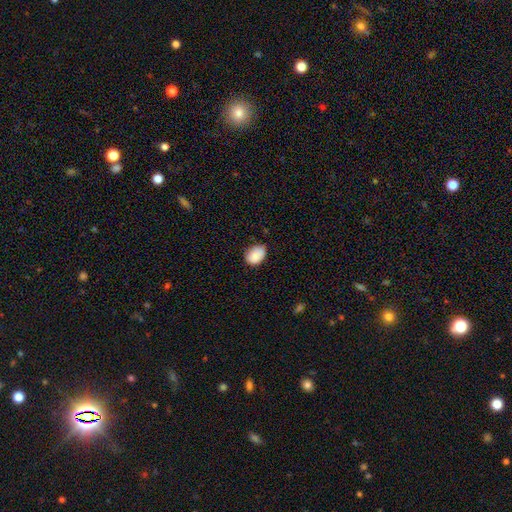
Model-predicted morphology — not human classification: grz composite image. It shows a smooth galaxy with no disk features (86%) that is in between round and cigar-shaped (72%). Merging: none (67%).